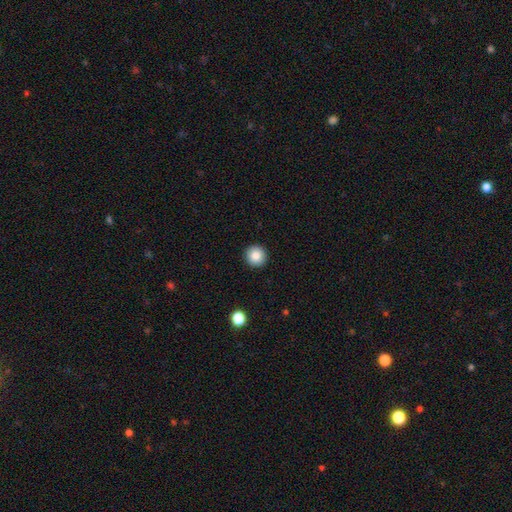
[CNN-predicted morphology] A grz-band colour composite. It shows a smooth galaxy with no disk features (86%) that is round (95%). Merging: none (93%).